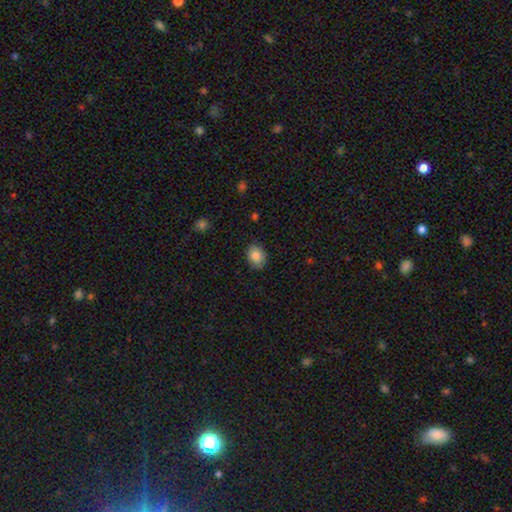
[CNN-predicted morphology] Smooth or featured?
  - smooth: 85% *
  - star or artifact: 8%
  - featured or disk: 7%
How rounded?
  - in between: 64% *
  - round: 35%
  - cigar-shaped: 1%
Merging?
  - none: 83% *
  - minor disturbance: 14%
  - major disturbance: 2%
  - merger: 1%